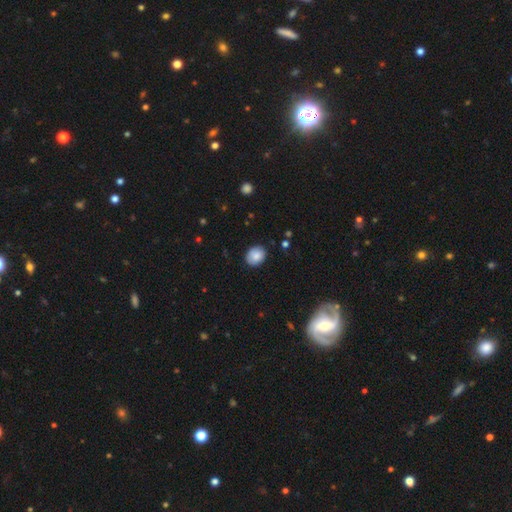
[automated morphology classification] This is clearly a smooth galaxy (86%). How rounded: possibly round (55%). Merging: clearly none (86%).